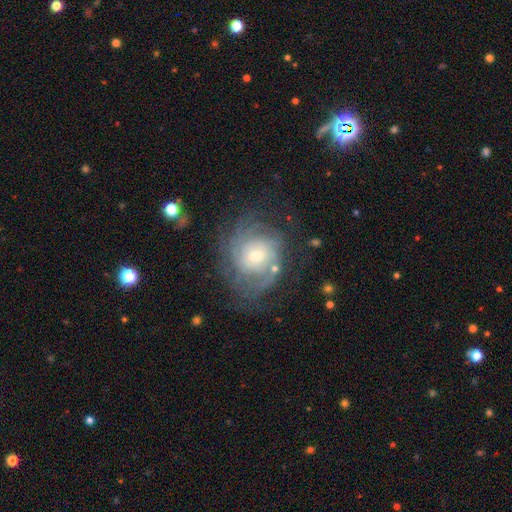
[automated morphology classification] type=featured or disk (79%); edge-on=no (97%); bar=no (61%); spiral arms=yes (91%); winding=tight (61%); arm count=can't tell (46%); bulge=small (49%); merging=none (65%).